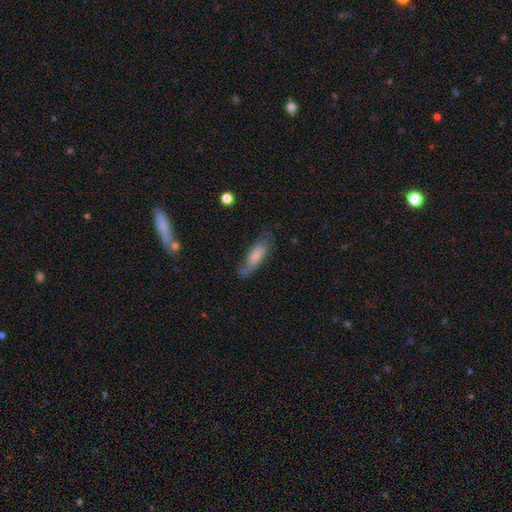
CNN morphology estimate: This is likely a smooth galaxy (61%). How rounded: likely in between (62%). Merging: possibly none (58%).